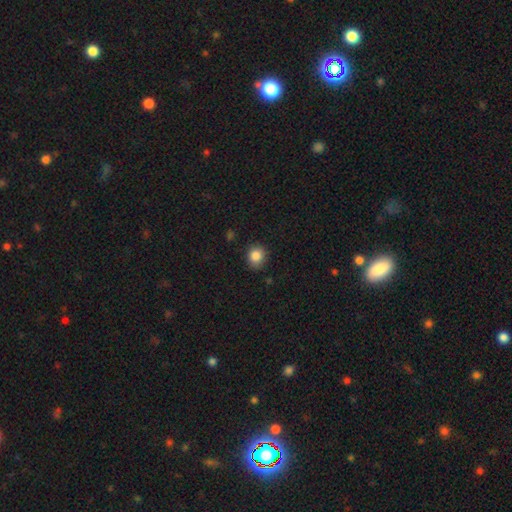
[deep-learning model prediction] This is clearly a smooth galaxy (86%). How rounded: likely round (79%). Merging: clearly none (85%).